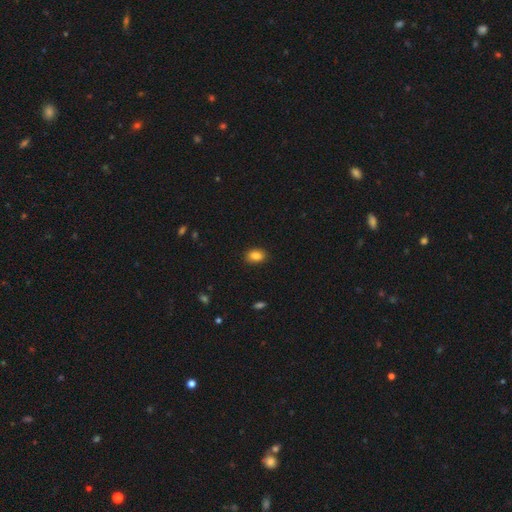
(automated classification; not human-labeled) smooth 86%, star or artifact 9%, featured or disk 5%. Down the decision tree: how rounded — in between (81%); merging — none (88%).